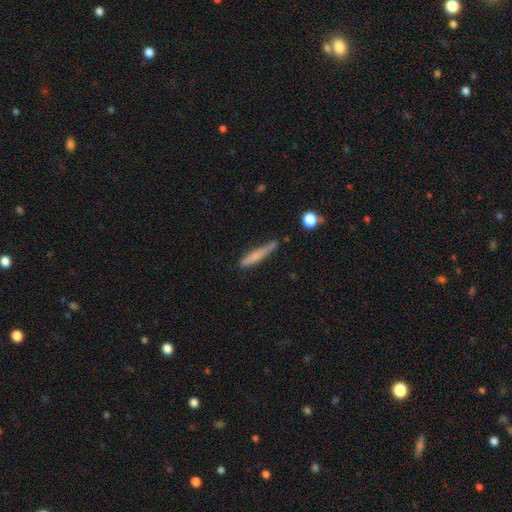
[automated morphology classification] The model was most divided on "merging": none: 64%, minor disturbance: 26%, major disturbance: 6%, merger: 5%. More confident: how rounded — cigar-shaped (92%); smooth or featured — smooth (68%).